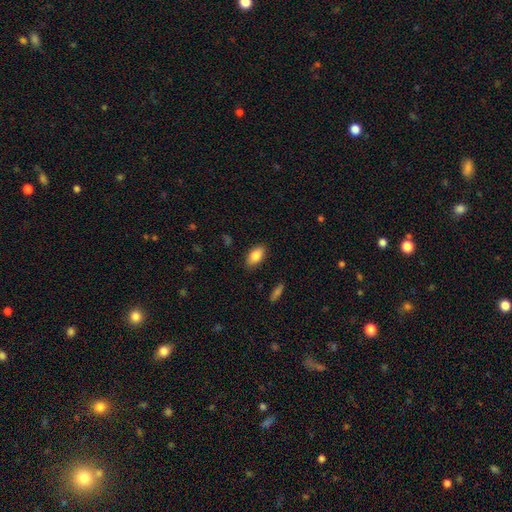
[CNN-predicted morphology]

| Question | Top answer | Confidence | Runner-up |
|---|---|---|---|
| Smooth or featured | smooth | 85% | featured or disk (8%) |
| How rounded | in between | 91% | cigar-shaped (5%) |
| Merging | none | 86% | minor disturbance (10%) |